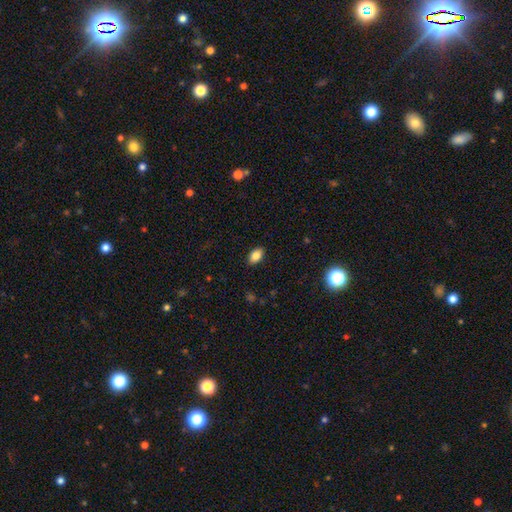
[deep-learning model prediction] This is clearly a smooth galaxy (85%). How rounded: clearly in between (89%). Merging: clearly none (89%).